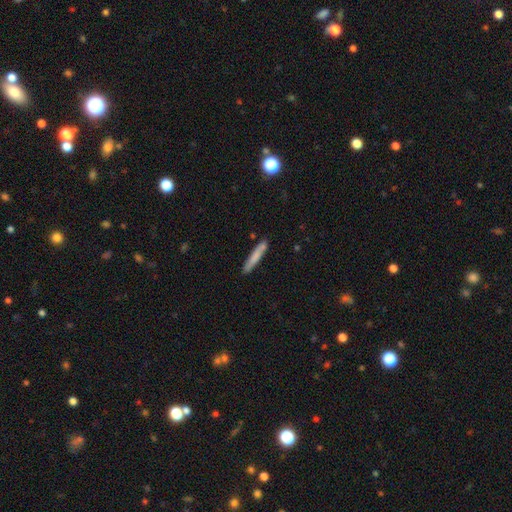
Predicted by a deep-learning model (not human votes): smooth-or-featured: smooth: 75% | featured or disk: 20% | star or artifact: 6%
  how-rounded: cigar-shaped: 94% | in between: 4% | round: 1%
  merging: none: 86% | minor disturbance: 10% | merger: 2% | major disturbance: 2%